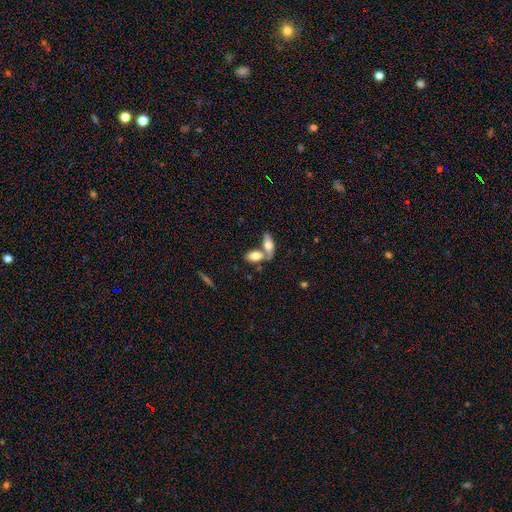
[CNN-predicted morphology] Smooth or featured? smooth (74%)
How rounded? in between (89%)
Merging? merger (50%)